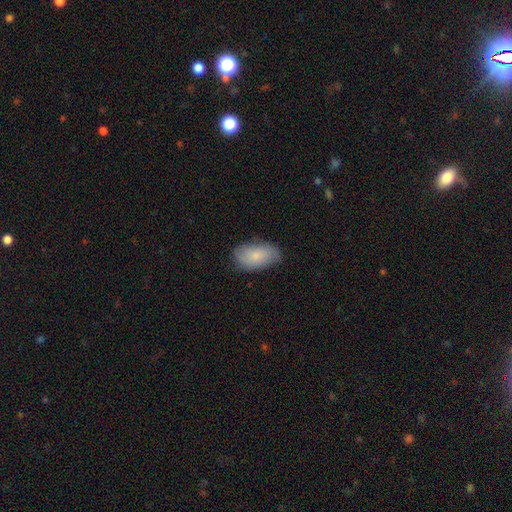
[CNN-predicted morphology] Q: Smooth or featured?
A: smooth (75%); runner-up: featured or disk (18%)
Q: How rounded?
A: in between (94%); runner-up: round (4%)
Q: Merging?
A: none (74%); runner-up: minor disturbance (21%)